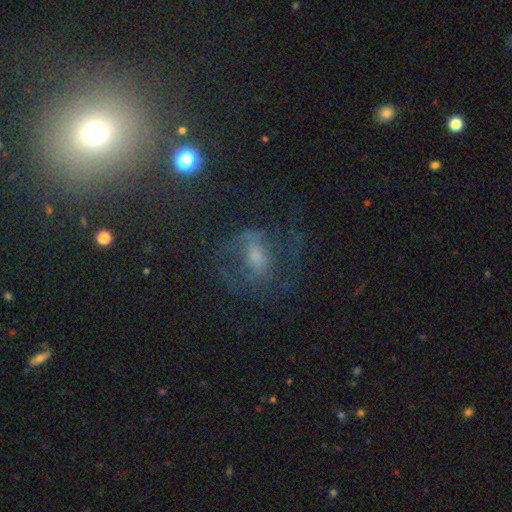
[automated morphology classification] The model was most divided on "bar" (2-way tie): weak: 39%, no: 39%, strong: 22%. Remaining: edge-on disk — no (95%); spiral arms — yes (68%); smooth or featured — featured or disk (56%); merging — none (48%); bulge size — moderate (38%).